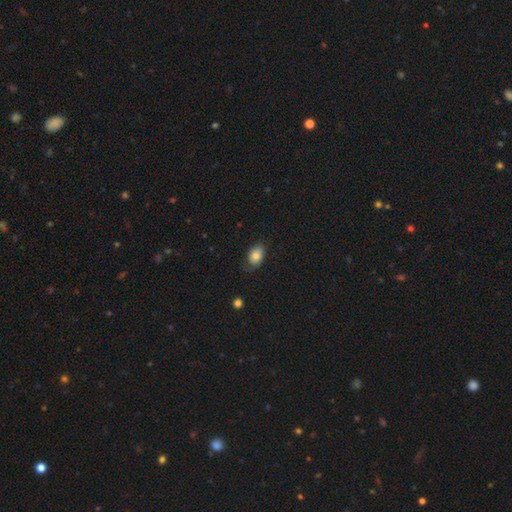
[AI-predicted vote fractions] Smooth or featured? smooth (81%)
How rounded? in between (86%)
Merging? none (69%)